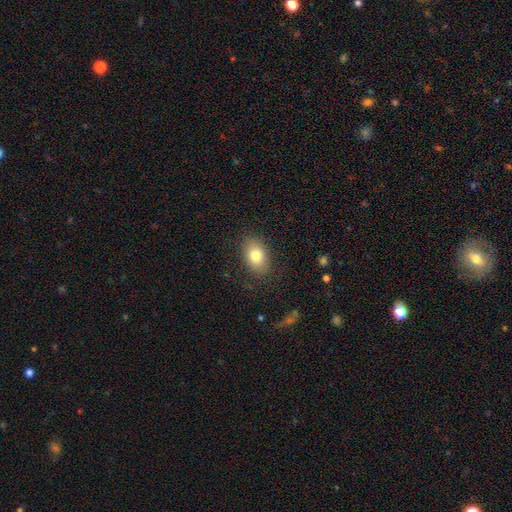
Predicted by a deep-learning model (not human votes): Smooth or featured? Predicted: smooth (p=0.80). How rounded? Predicted: in between (p=0.84). Merging? Predicted: none (p=0.84).